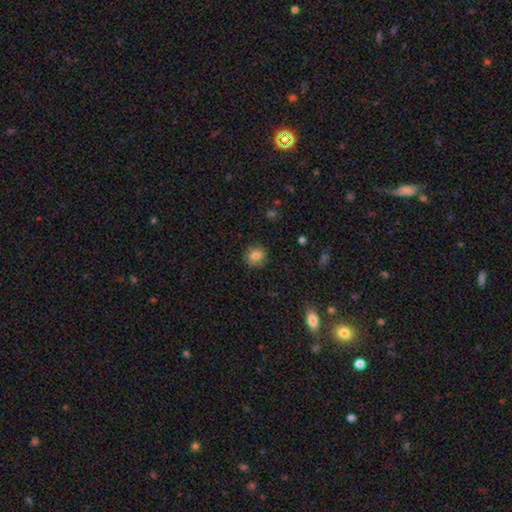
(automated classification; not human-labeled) Overall: smooth (81%). How rounded: round (85%). Merging: none (88%).